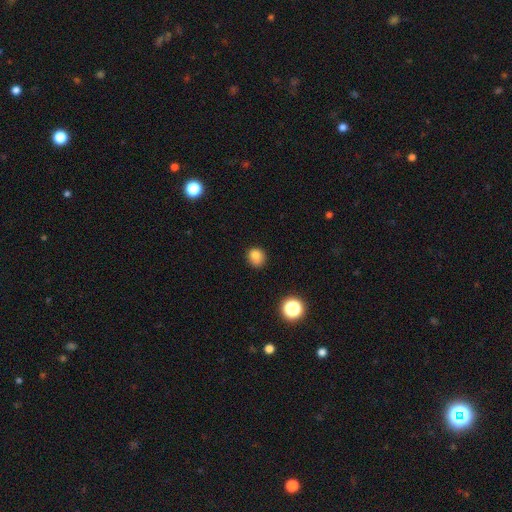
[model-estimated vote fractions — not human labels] smooth_or_featured: smooth (p=0.82) [alt: star or artifact p=0.13]
how_rounded: round (p=0.82) [alt: in between p=0.17]
merging: none (p=0.76) [alt: minor disturbance p=0.18]